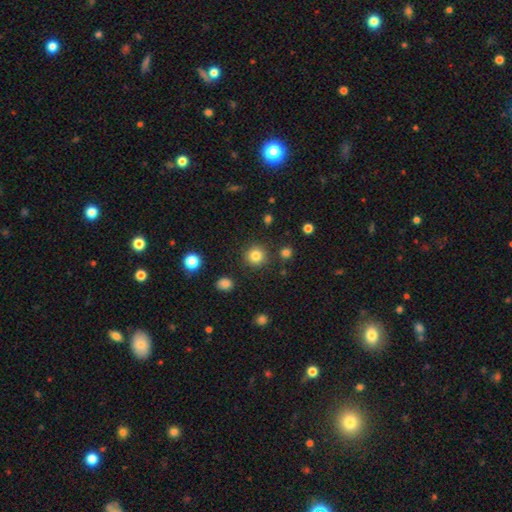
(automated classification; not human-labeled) Smooth or featured: smooth — 83% (star or artifact — 12%)
How rounded: round — 94% (in between — 5%)
Merging: none — 88% (minor disturbance — 6%)